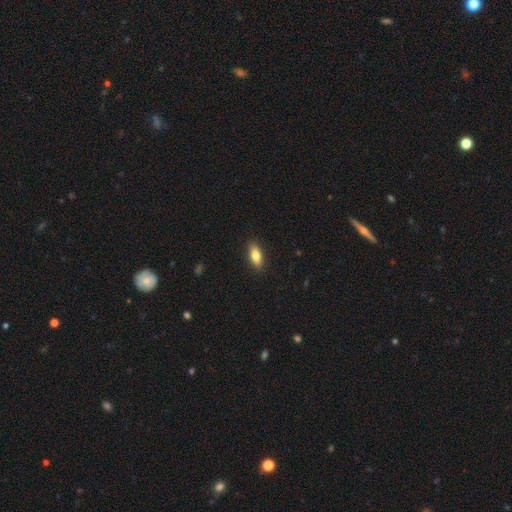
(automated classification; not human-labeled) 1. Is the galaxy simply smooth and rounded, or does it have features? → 79% smooth, 14% featured or disk, 7% star or artifact.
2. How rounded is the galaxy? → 80% in between, 17% cigar-shaped, 3% round.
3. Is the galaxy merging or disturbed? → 89% none, 8% minor disturbance, 2% major disturbance, 1% merger.